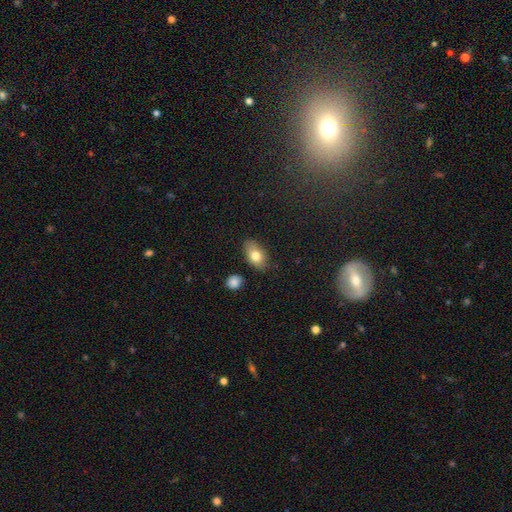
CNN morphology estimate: Smooth or featured: smooth — 78% (featured or disk — 15%)
How rounded: in between — 89% (round — 8%)
Merging: none — 79% (minor disturbance — 15%)